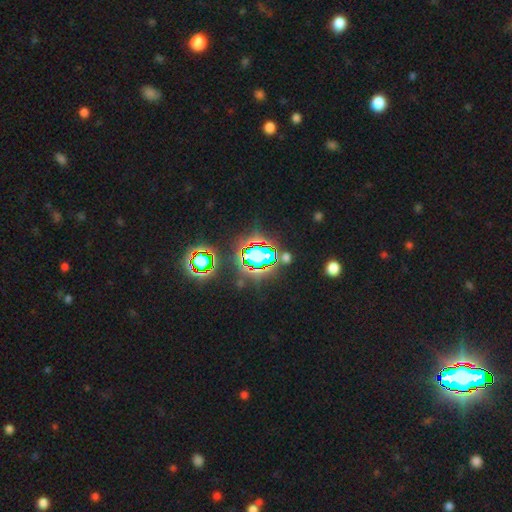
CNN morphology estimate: A star or artifact, not a galaxy (72%).